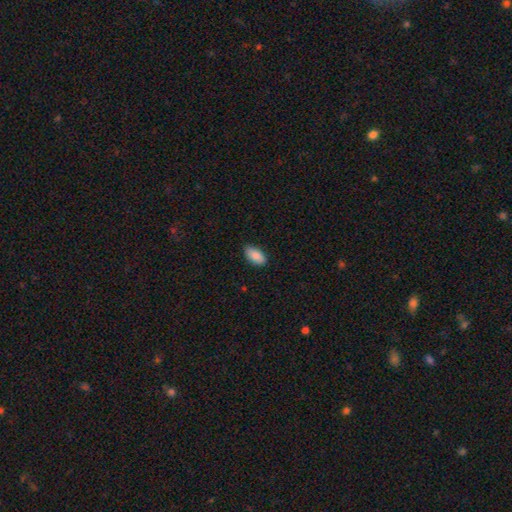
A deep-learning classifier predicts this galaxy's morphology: Smooth or featured? Predicted: smooth (p=0.89). How rounded? Predicted: in between (p=0.93). Merging? Predicted: none (p=0.83).